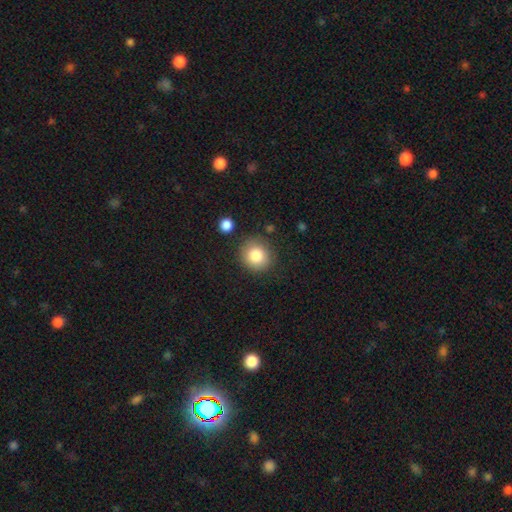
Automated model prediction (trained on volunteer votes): smooth-or-featured: smooth: 84% | star or artifact: 9% | featured or disk: 7%
  how-rounded: round: 87% | in between: 12% | cigar-shaped: 1%
  merging: none: 83% | minor disturbance: 10% | major disturbance: 4% | merger: 3%